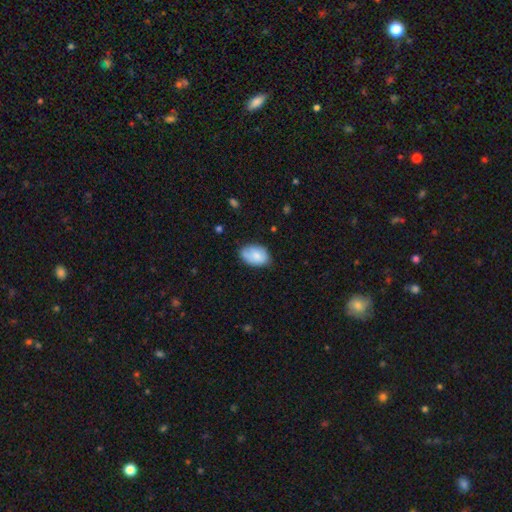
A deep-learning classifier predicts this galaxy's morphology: This appears to be a smooth galaxy with no disk features (78%) that is in between round and cigar-shaped (87%). Merging: none (64%).